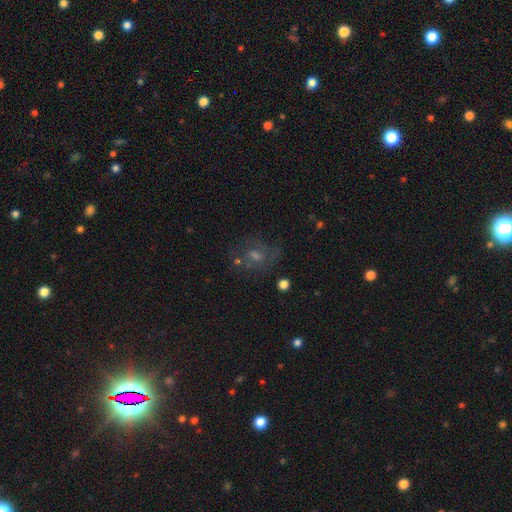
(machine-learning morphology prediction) Q: Smooth or featured?
A: featured or disk (44%); runner-up: smooth (29%)
Q: Merging?
A: none (64%); runner-up: minor disturbance (17%)